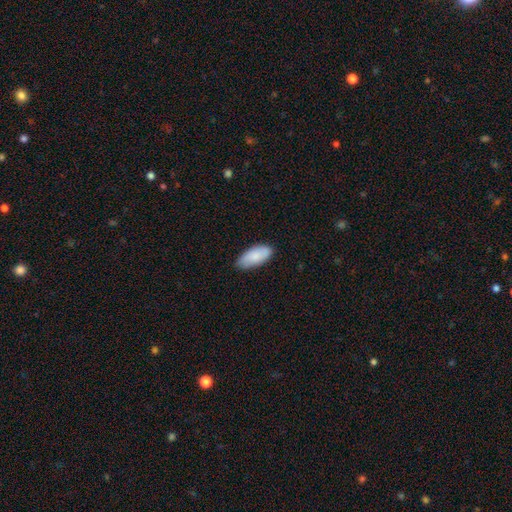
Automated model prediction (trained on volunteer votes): Morphology: type=smooth (84%); roundness=in between (90%); merging=none (79%).